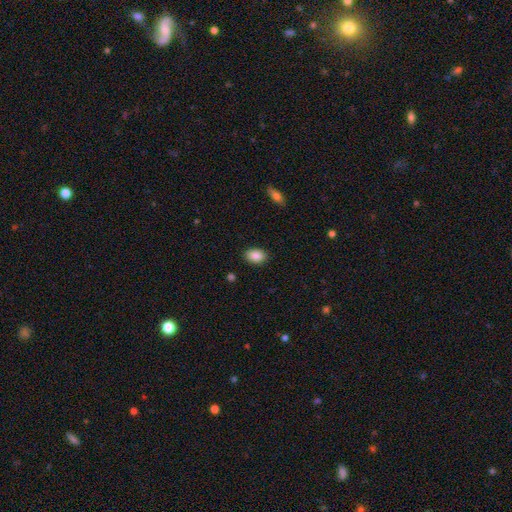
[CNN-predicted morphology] This is clearly a smooth galaxy (88%). How rounded: clearly in between (86%). Merging: clearly none (88%).